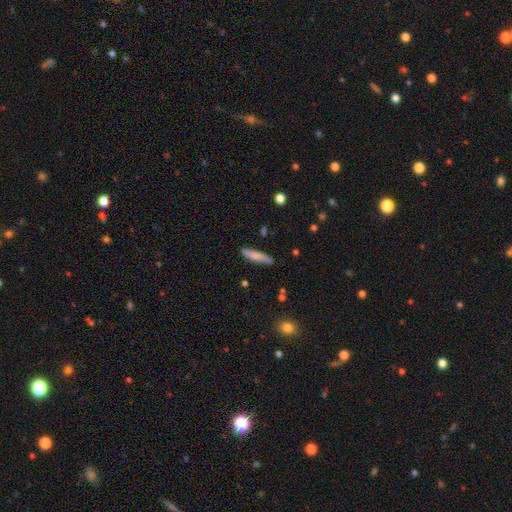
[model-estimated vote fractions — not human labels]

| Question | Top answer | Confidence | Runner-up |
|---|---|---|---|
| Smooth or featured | smooth | 72% | featured or disk (22%) |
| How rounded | cigar-shaped | 81% | in between (17%) |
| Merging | none | 80% | minor disturbance (14%) |